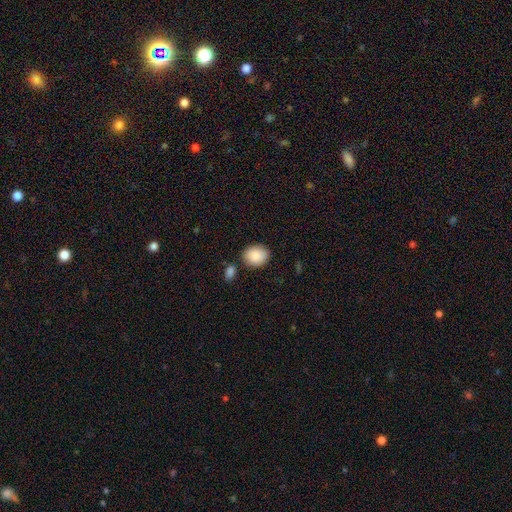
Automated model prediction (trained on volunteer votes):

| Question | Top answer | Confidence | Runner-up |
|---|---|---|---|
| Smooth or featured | smooth | 89% | star or artifact (7%) |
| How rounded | round | 50% | in between (49%) |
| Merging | none | 79% | minor disturbance (12%) |